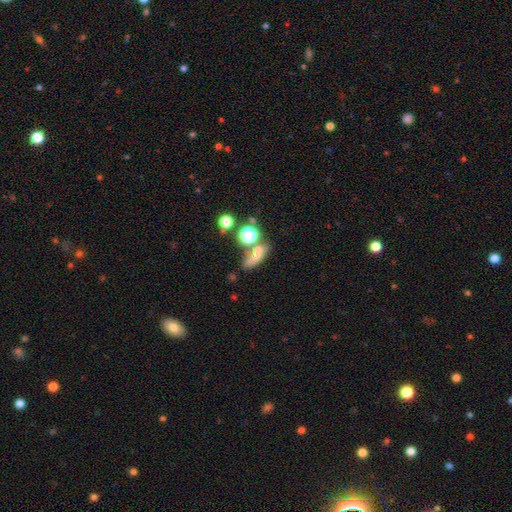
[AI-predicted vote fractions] Smooth or featured?
  - smooth: 60% *
  - featured or disk: 20%
  - star or artifact: 20%
How rounded?
  - in between: 55% *
  - round: 27%
  - cigar-shaped: 19%
Merging?
  - none: 47% *
  - merger: 28%
  - minor disturbance: 16%
  - major disturbance: 9%